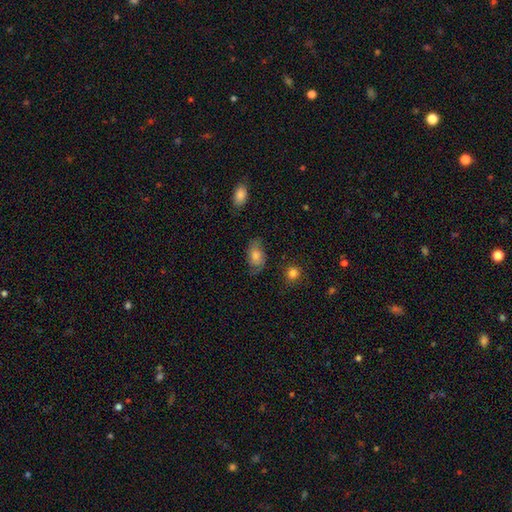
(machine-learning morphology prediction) smooth_or_featured: smooth (p=0.54) [alt: featured or disk p=0.34]
how_rounded: in between (p=0.84) [alt: round p=0.13]
merging: none (p=0.67) [alt: minor disturbance p=0.23]